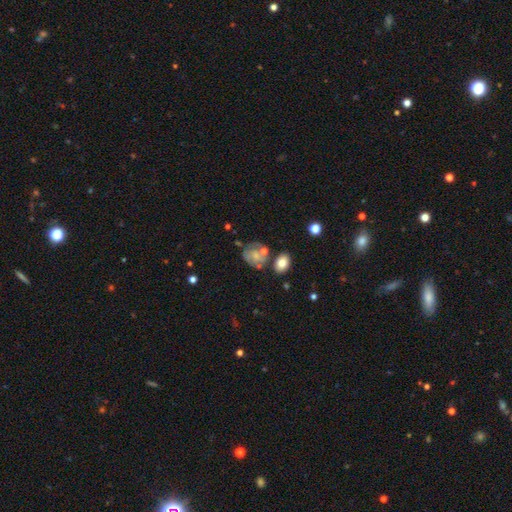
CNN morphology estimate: Smooth or featured? Predicted: smooth (p=0.47). Merging? Predicted: none (p=0.48).